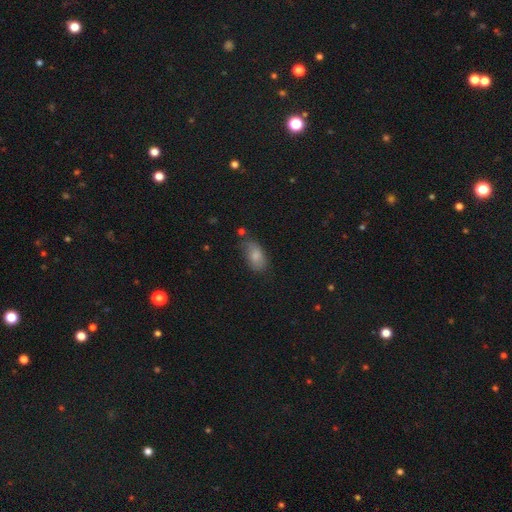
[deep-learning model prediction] smooth_or_featured: smooth (p=0.79) [alt: featured or disk p=0.13]
how_rounded: in between (p=0.91) [alt: round p=0.06]
merging: none (p=0.51) [alt: minor disturbance p=0.33]